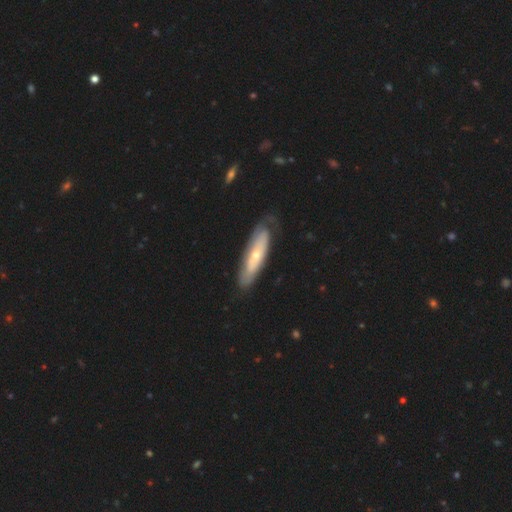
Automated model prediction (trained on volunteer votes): smooth-or-featured: featured or disk: 59% | smooth: 36% | star or artifact: 5%
  disk-edge-on: no: 70% | yes: 30%
  merging: none: 66% | minor disturbance: 22% | major disturbance: 9% | merger: 2%